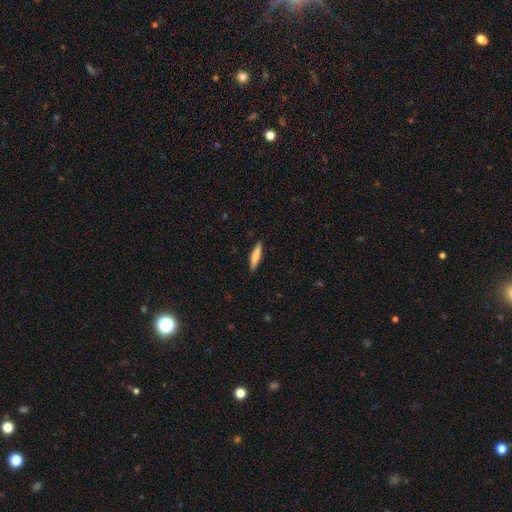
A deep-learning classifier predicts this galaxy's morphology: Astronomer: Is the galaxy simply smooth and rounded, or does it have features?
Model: smooth — 77%.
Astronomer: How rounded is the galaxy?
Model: cigar-shaped — 85%.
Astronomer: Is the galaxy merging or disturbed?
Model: none — 89%.